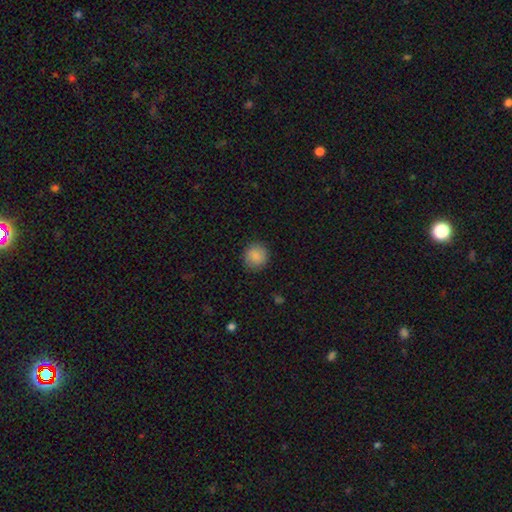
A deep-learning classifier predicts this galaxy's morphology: Q: Smooth or featured?
A: smooth (88%); runner-up: star or artifact (8%)
Q: How rounded?
A: round (90%); runner-up: in between (9%)
Q: Merging?
A: none (89%); runner-up: minor disturbance (8%)